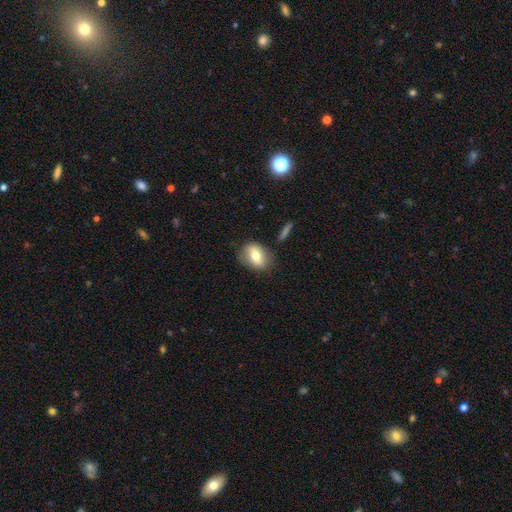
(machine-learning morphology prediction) smooth_or_featured: smooth (p=0.69) [alt: featured or disk p=0.23]
how_rounded: in between (p=0.72) [alt: round p=0.26]
merging: none (p=0.77) [alt: minor disturbance p=0.16]